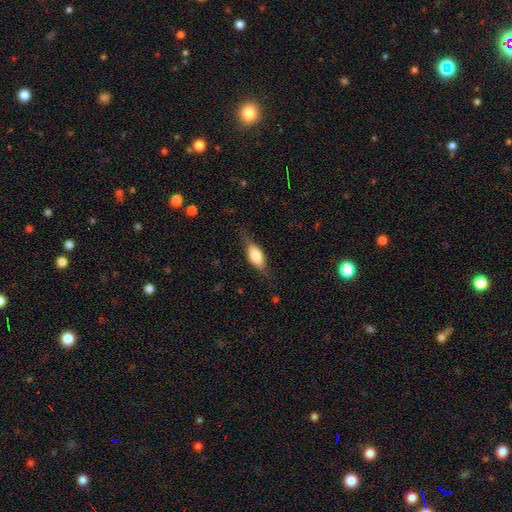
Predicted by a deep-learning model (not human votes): Smooth or featured? smooth (56%)
How rounded? in between (73%)
Merging? none (67%)